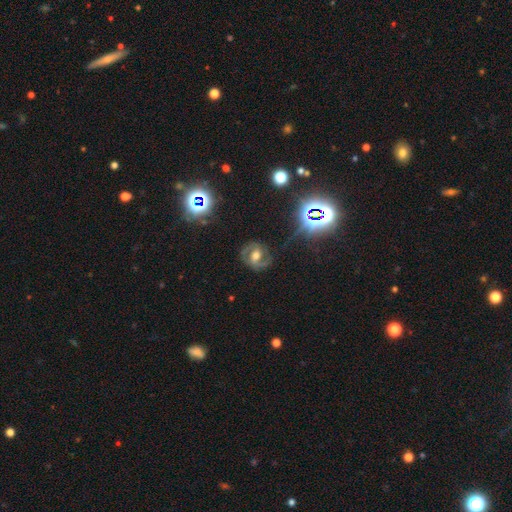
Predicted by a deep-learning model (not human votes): Smooth or featured? featured or disk (76%)
Edge-on disk? no (97%)
Bar? weak (43%)
Spiral arms? yes (93%)
Spiral winding? medium (54%)
Spiral arm count? 2 (90%)
Bulge size? moderate (68%)
Merging? none (79%)